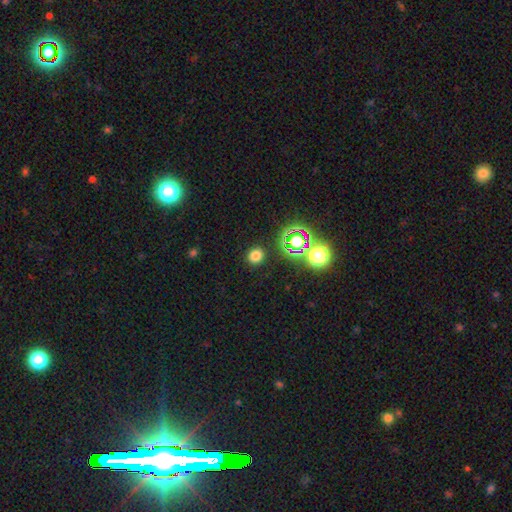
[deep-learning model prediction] Smooth or featured? Predicted: smooth (p=0.74). How rounded? Predicted: round (p=0.83). Merging? Predicted: none (p=0.90).